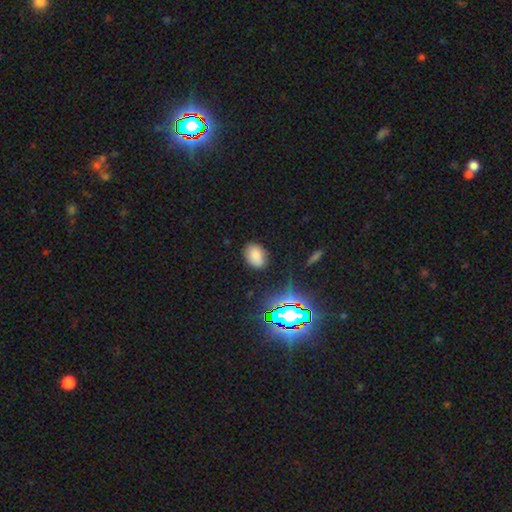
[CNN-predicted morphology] Smooth or featured: smooth — 78% (star or artifact — 16%)
How rounded: in between — 78% (round — 21%)
Merging: none — 80% (minor disturbance — 14%)